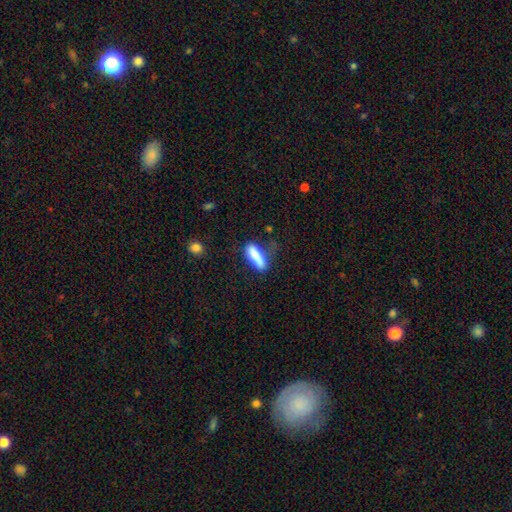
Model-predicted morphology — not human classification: smooth_or_featured: smooth (p=0.81) [alt: featured or disk p=0.12]
how_rounded: cigar-shaped (p=0.50) [alt: in between p=0.48]
merging: none (p=0.54) [alt: minor disturbance p=0.28]